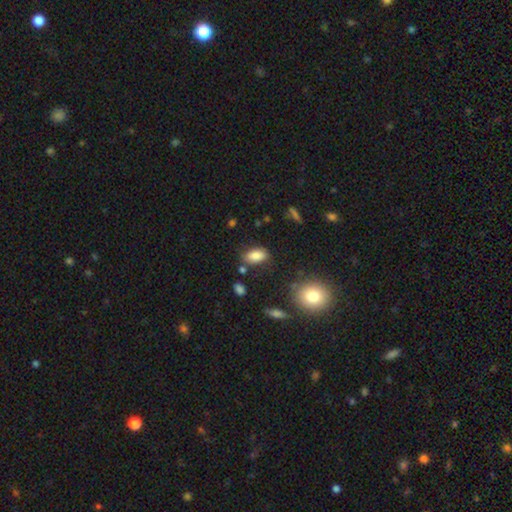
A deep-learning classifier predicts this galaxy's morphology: smooth 83%, featured or disk 9%, star or artifact 9%. Down the decision tree: how rounded — in between (91%); merging — none (74%).